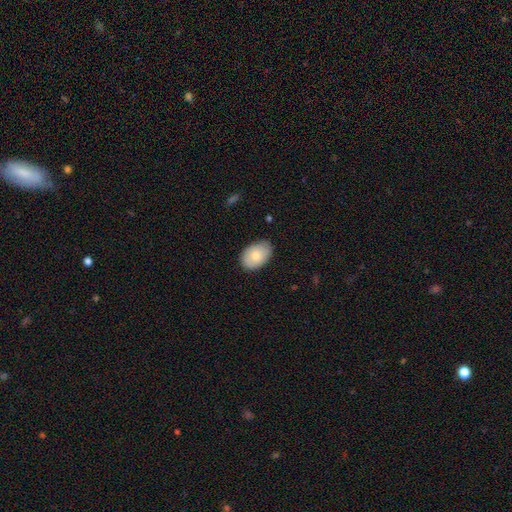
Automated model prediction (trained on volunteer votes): This appears to be a smooth galaxy with no disk features (78%) that is in between round and cigar-shaped (86%). Merging: none (79%).